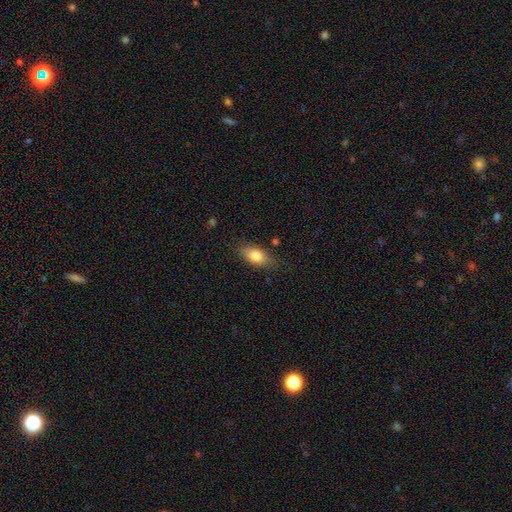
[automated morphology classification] smooth_or_featured: smooth (p=0.80) [alt: featured or disk p=0.13]
how_rounded: in between (p=0.86) [alt: cigar-shaped p=0.08]
merging: none (p=0.79) [alt: minor disturbance p=0.16]